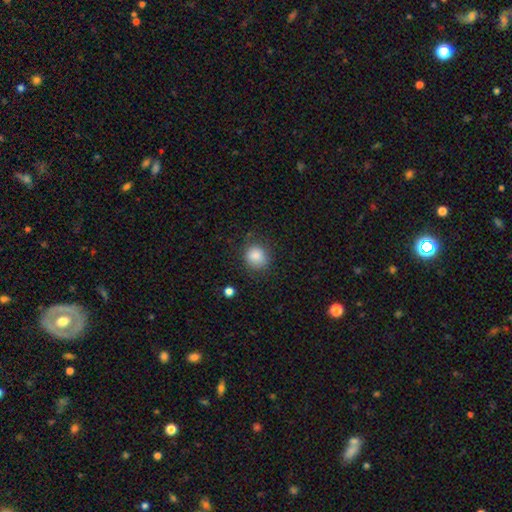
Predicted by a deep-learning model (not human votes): Smooth or featured? smooth (86%)
How rounded? round (82%)
Merging? none (82%)